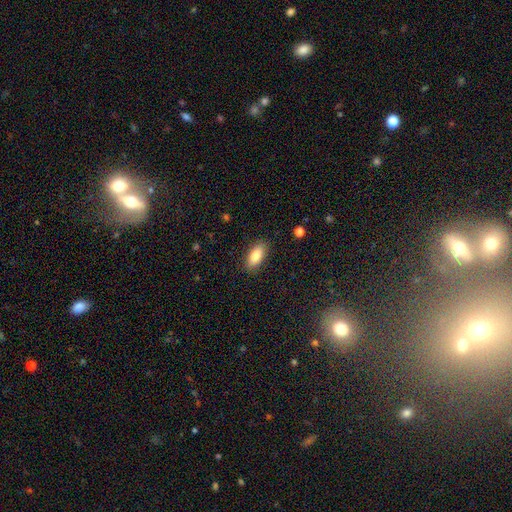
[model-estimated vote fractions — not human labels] Smooth or featured: smooth — 83% (featured or disk — 10%)
How rounded: in between — 87% (cigar-shaped — 10%)
Merging: none — 88% (minor disturbance — 9%)